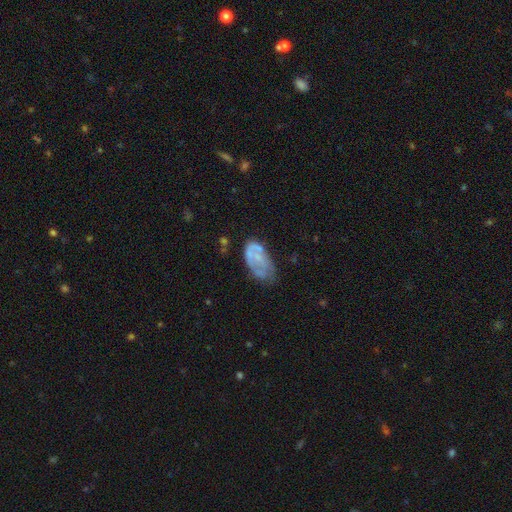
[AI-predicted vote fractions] Q: Smooth or featured?
A: featured or disk (52%); runner-up: smooth (40%)
Q: Edge-on disk?
A: no (95%); runner-up: yes (5%)
Q: Merging?
A: none (39%); runner-up: minor disturbance (33%)